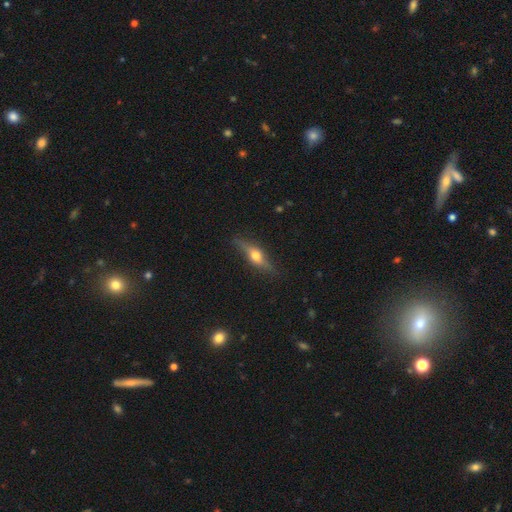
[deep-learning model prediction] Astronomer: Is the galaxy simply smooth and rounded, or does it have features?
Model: featured or disk — 60%.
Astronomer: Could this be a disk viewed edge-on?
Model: yes — 91%.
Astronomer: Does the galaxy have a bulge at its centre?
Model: rounded — 95%.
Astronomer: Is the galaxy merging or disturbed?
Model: none — 84%.